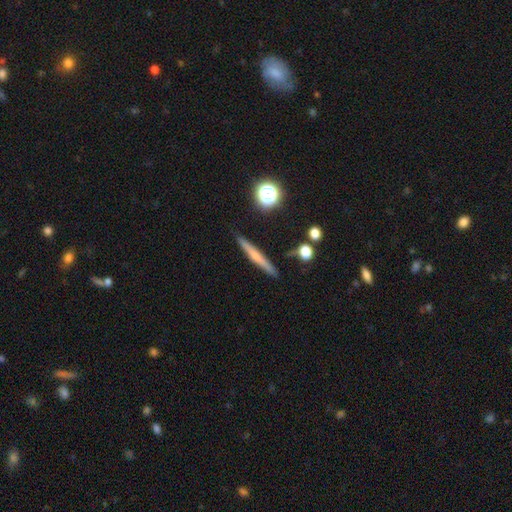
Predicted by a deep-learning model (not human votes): A featured or disk galaxy (47%). Merging: none (89%).